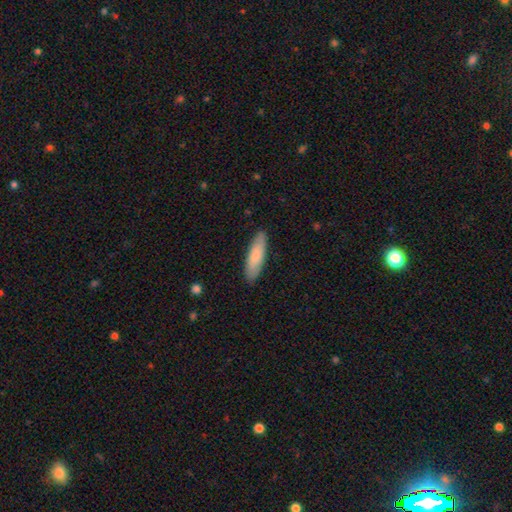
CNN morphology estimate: A smooth galaxy with no disk features (79%) that is cigar-shaped (61%).

Vote fractions:
- Smooth or featured? smooth: 79% / featured or disk: 16% / star or artifact: 5%
- How rounded? cigar-shaped: 61% / in between: 38% / round: 2%
- Merging? none: 88% / minor disturbance: 9% / major disturbance: 2% / merger: 1%